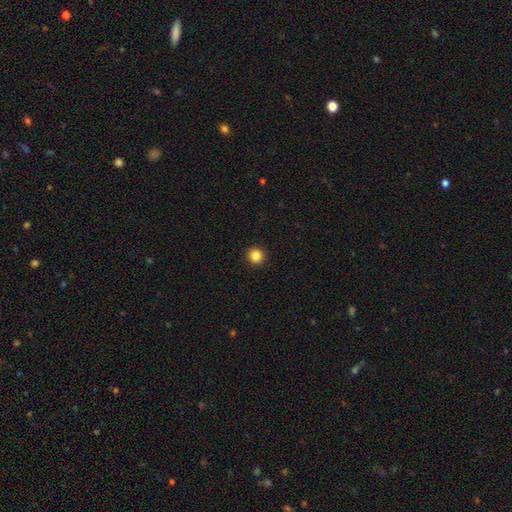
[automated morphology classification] Overall: smooth (85%). How rounded: round (96%). Merging: none (94%).